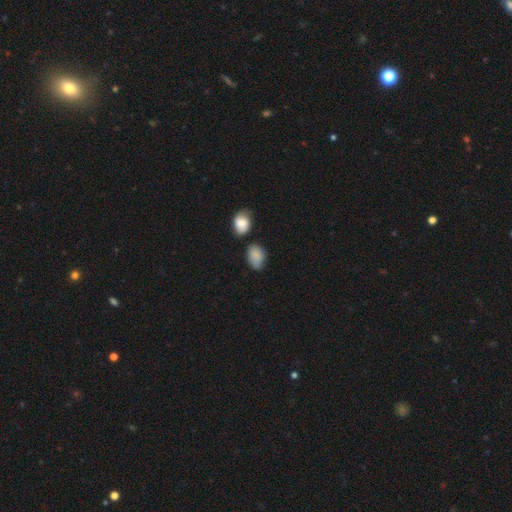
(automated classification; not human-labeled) Smooth or featured? Predicted: smooth (p=0.84). How rounded? Predicted: in between (p=0.80). Merging? Predicted: none (p=0.59).